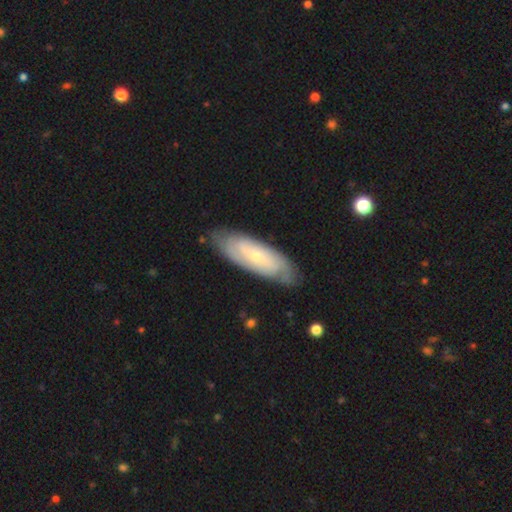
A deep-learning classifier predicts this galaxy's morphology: smooth-or-featured: featured or disk: 67% | smooth: 27% | star or artifact: 6%
  disk-edge-on: no: 85% | yes: 15%
    bar: no: 69% | weak: 25% | strong: 7%
    has-spiral-arms: yes: 85% | no: 15%
    bulge-size: small: 77% | moderate: 19% | none: 2% | large: 1% | dominant: 1%
  merging: none: 78% | minor disturbance: 17% | major disturbance: 4% | merger: 1%